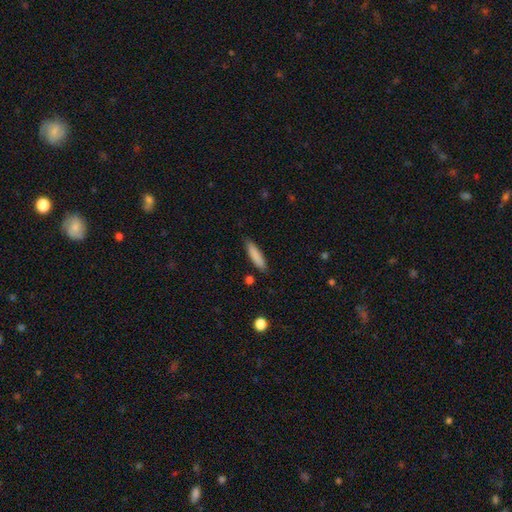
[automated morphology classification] Overall: smooth (85%). How rounded: cigar-shaped (75%). Merging: none (83%).